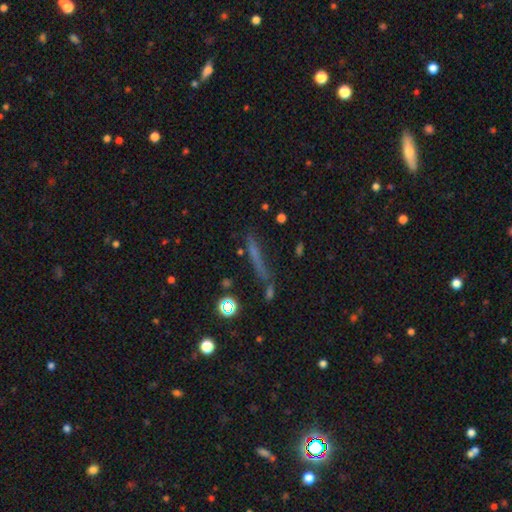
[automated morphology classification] Overall: smooth (52%; featured or disk 31%). How rounded: cigar-shaped (90%). Merging: none (68%).